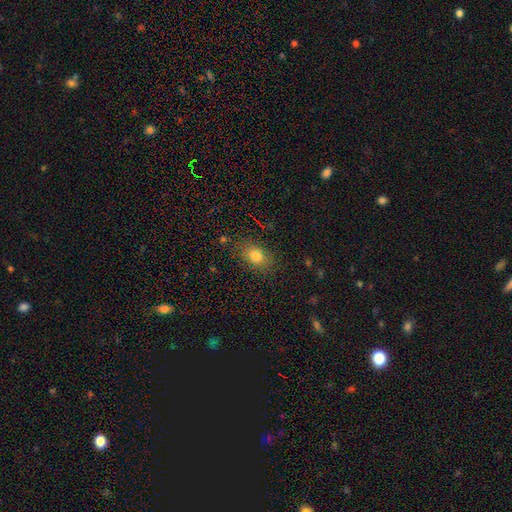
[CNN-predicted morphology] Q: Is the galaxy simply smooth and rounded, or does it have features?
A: smooth — 78%.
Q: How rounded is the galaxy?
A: in between — 70%.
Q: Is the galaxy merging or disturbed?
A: none — 83%.